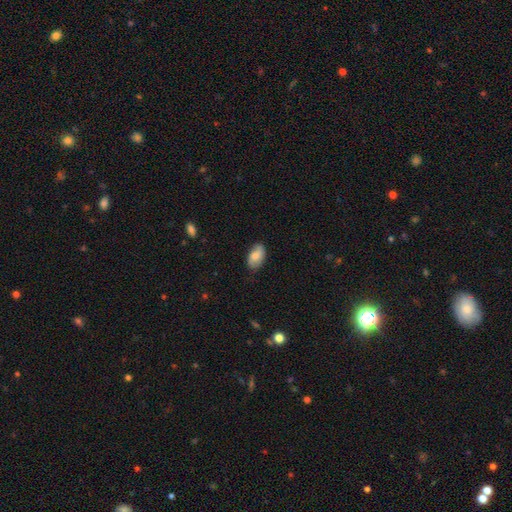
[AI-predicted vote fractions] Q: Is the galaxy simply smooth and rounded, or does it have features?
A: smooth — 73%.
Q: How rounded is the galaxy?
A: in between — 93%.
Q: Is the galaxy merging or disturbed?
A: none — 75%.